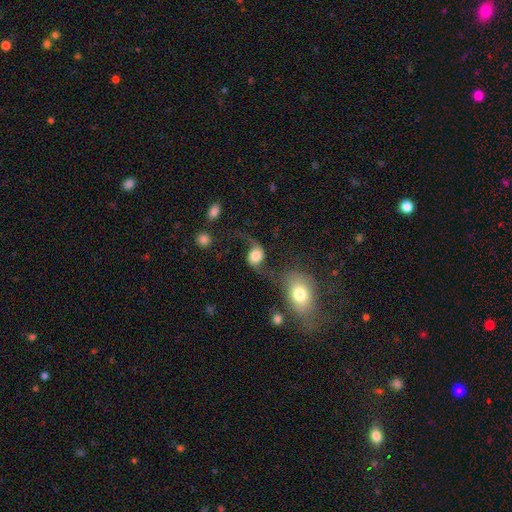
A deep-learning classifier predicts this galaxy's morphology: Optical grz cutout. It shows a featured or disk galaxy (64%) with no bar (65%), 2 (86%) loose (88%) spiral arms (92%) and a large central bulge (40%). Merging: none (43%).